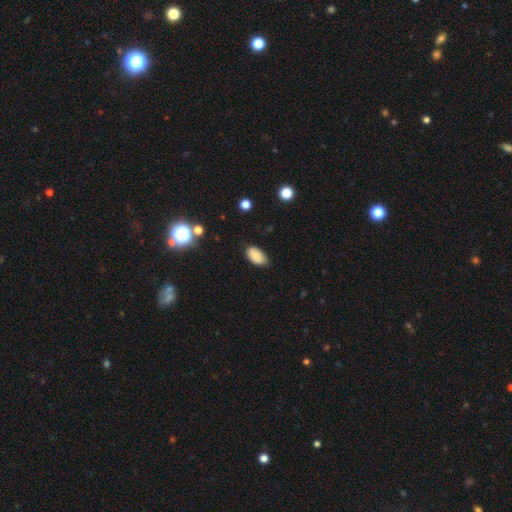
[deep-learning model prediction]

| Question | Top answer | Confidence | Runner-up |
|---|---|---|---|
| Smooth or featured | smooth | 85% | star or artifact (9%) |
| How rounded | in between | 94% | round (5%) |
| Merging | none | 78% | minor disturbance (18%) |